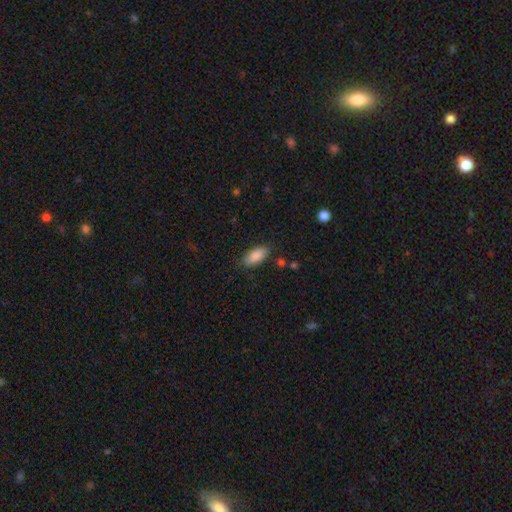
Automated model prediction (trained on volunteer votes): Morphology: type=smooth (88%); roundness=in between (89%); merging=none (84%).